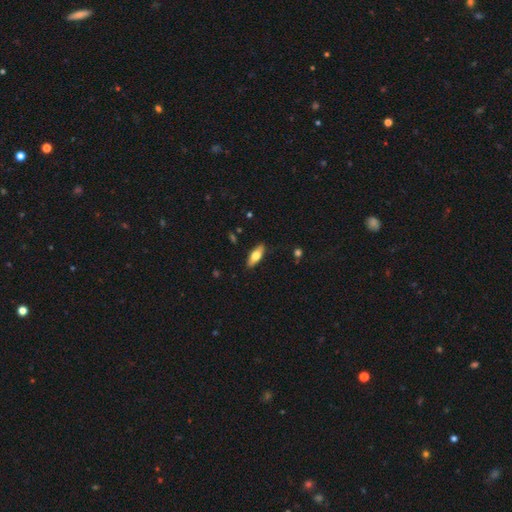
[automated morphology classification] smooth-or-featured: smooth: 65% | featured or disk: 30% | star or artifact: 6%
  how-rounded: in between: 69% | cigar-shaped: 29% | round: 3%
  merging: none: 88% | minor disturbance: 9% | major disturbance: 2% | merger: 1%